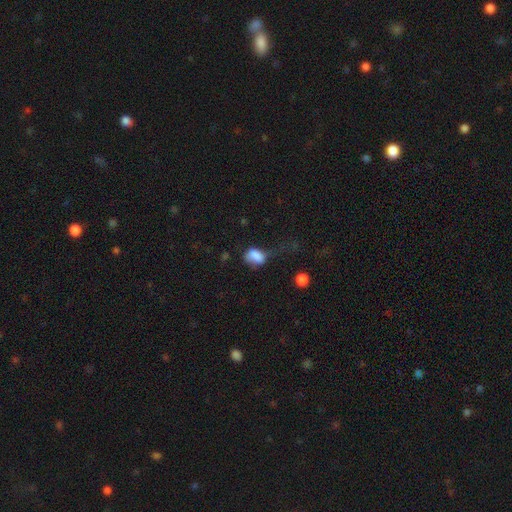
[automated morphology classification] Smooth or featured?
  - smooth: 79% *
  - featured or disk: 11%
  - star or artifact: 10%
How rounded?
  - in between: 77% *
  - round: 21%
  - cigar-shaped: 2%
Merging?
  - major disturbance: 40% *
  - minor disturbance: 29%
  - none: 25%
  - merger: 6%